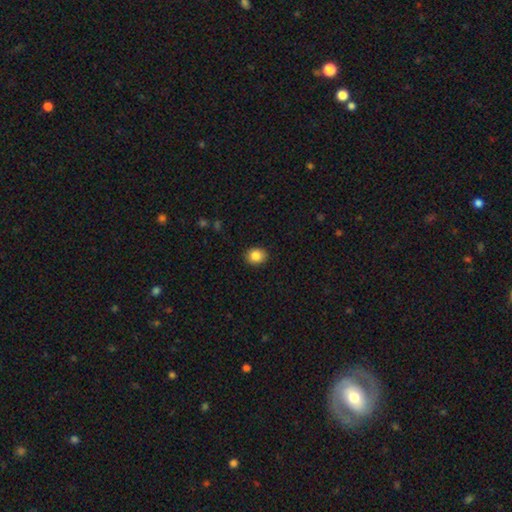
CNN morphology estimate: Smooth or featured: smooth — 86% (star or artifact — 9%)
How rounded: round — 61% (in between — 39%)
Merging: none — 90% (minor disturbance — 7%)